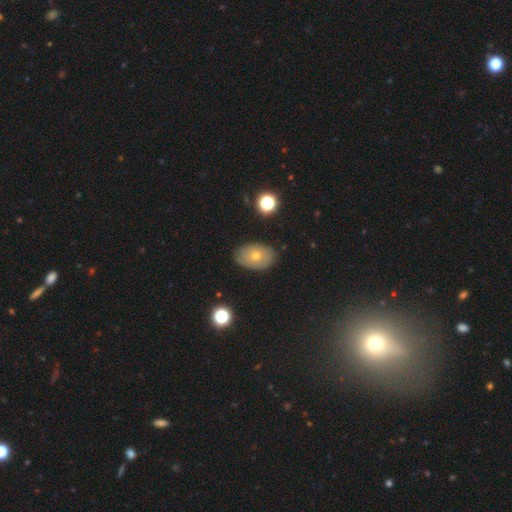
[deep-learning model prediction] Smooth or featured? Predicted: smooth (p=0.58). How rounded? Predicted: in between (p=0.85). Merging? Predicted: none (p=0.84).